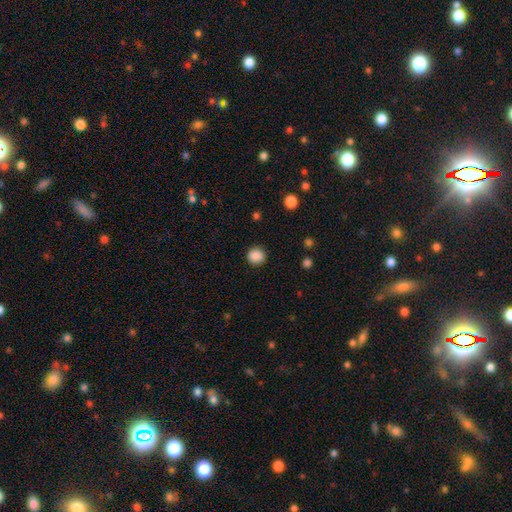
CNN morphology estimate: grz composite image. It shows a smooth galaxy with no disk features (87%) that is round (90%). Merging: none (89%).